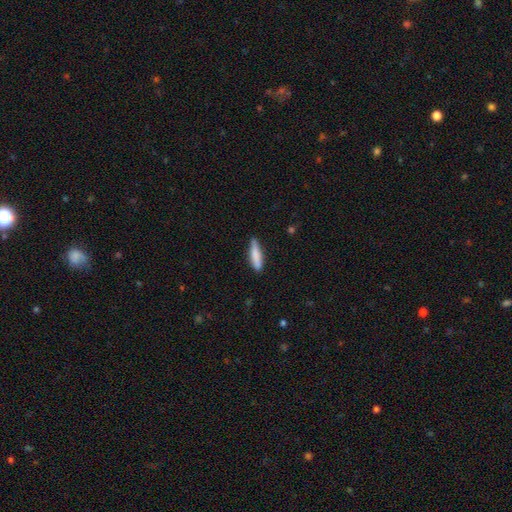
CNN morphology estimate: type=smooth (79%); roundness=cigar-shaped (81%); merging=none (81%).